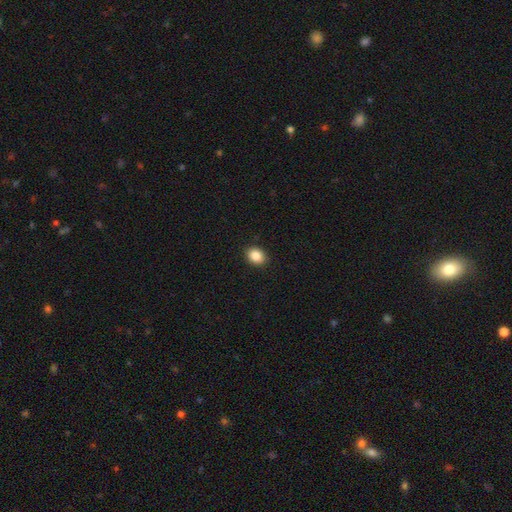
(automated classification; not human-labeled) smooth_or_featured: smooth (p=0.87) [alt: star or artifact p=0.09]
how_rounded: in between (p=0.58) [alt: round p=0.41]
merging: none (p=0.91) [alt: minor disturbance p=0.06]